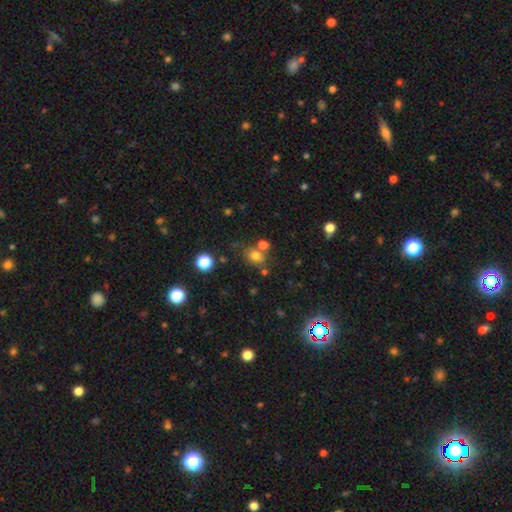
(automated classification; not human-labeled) The model was most divided on "how rounded": round: 50%, in between: 49%, cigar-shaped: 1%. More confident: smooth or featured — smooth (74%); merging — none (61%).